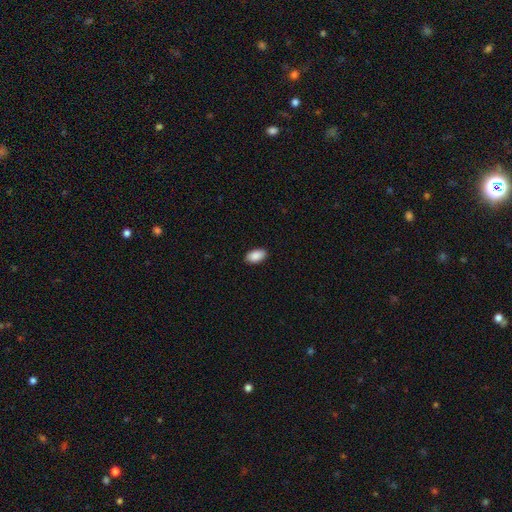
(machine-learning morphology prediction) Overall: smooth (90%). How rounded: in between (95%). Merging: none (89%).